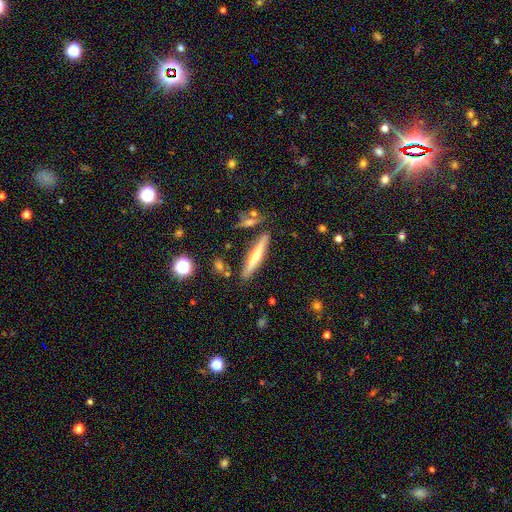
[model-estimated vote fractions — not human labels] A featured or disk galaxy (57%) viewed edge-on (95%) with a rounded central bulge (83%).

Vote fractions:
- Smooth or featured? featured or disk: 57% / smooth: 36% / star or artifact: 7%
- Edge-on disk? yes: 95% / no: 5%
- Edge-on bulge? rounded: 83% / none: 13% / boxy: 4%
- Merging? none: 85% / minor disturbance: 9% / merger: 4% / major disturbance: 2%